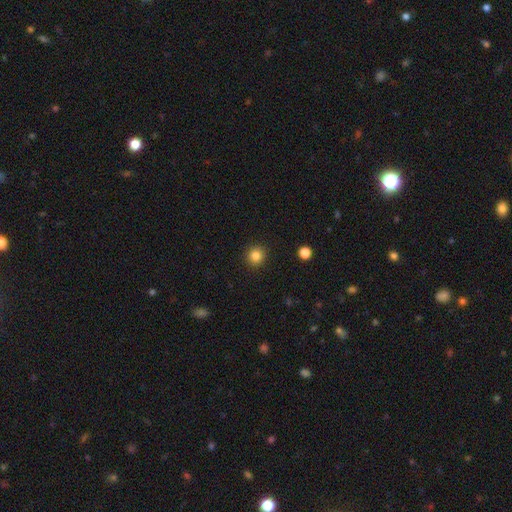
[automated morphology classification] Smooth or featured: smooth — 83% (star or artifact — 11%)
How rounded: round — 92% (in between — 7%)
Merging: none — 91% (minor disturbance — 5%)